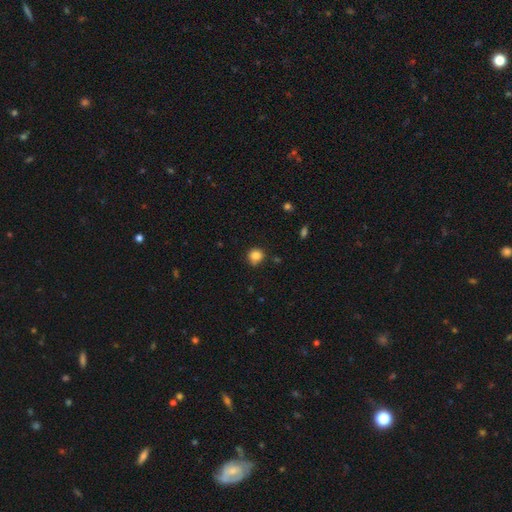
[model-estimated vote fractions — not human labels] Morphology: type=smooth (85%); roundness=round (90%); merging=none (77%).